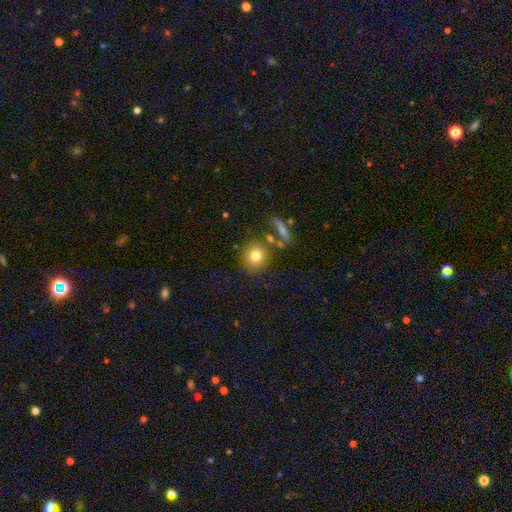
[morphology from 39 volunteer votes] This appears to be a smooth galaxy with no disk features (77%) that is round (93%). Merging: none (71%).